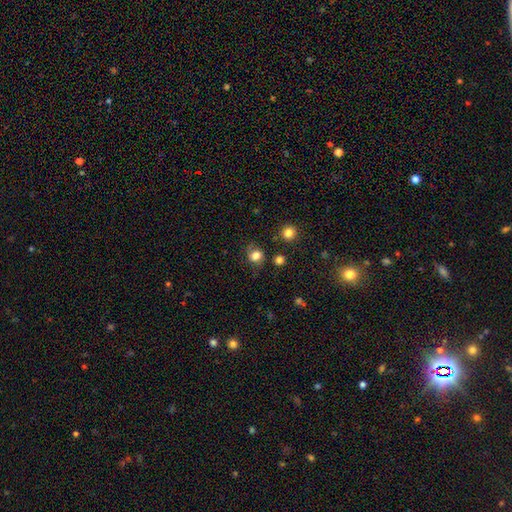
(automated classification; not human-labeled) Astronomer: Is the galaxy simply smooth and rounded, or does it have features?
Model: smooth — 76%.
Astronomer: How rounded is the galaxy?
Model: round — 68%.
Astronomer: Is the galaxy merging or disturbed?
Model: none — 66%.